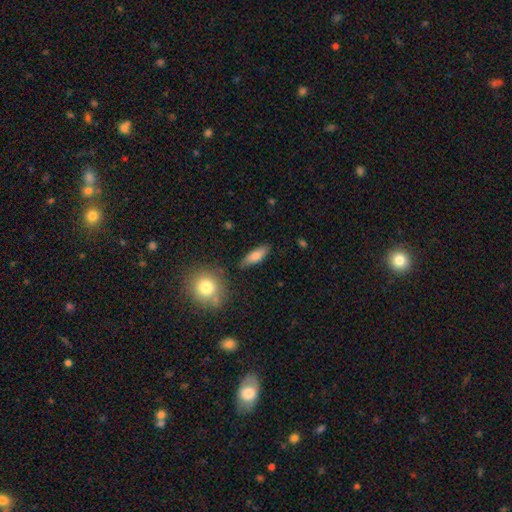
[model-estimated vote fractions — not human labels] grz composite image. It shows a smooth galaxy with no disk features (78%) that is in between round and cigar-shaped (59%). Merging: none (81%).